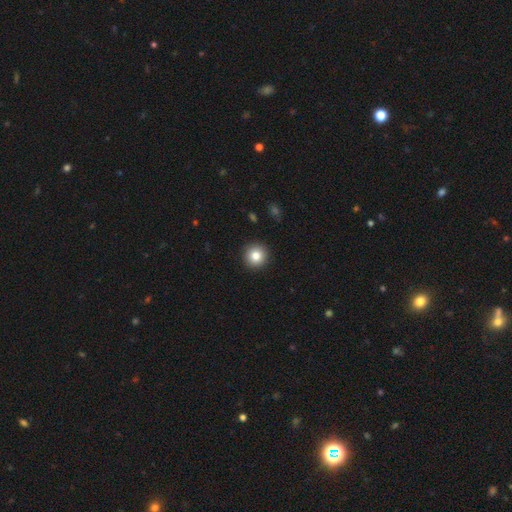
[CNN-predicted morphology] The model was most divided on "smooth or featured": smooth: 83%, star or artifact: 10%, featured or disk: 7%. More confident: how rounded — round (95%); merging — none (93%).